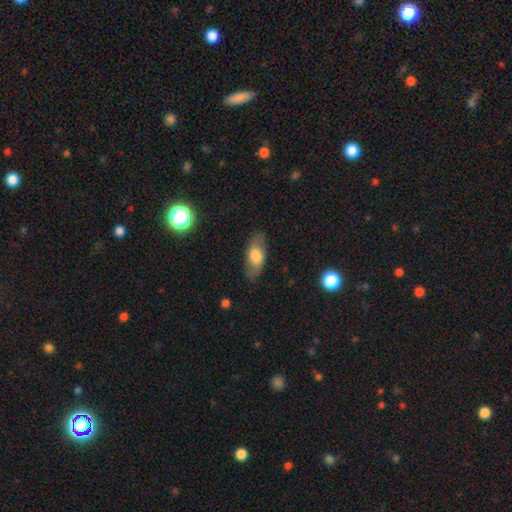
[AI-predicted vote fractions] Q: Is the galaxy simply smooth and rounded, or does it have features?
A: smooth — 55%.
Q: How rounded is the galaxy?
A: in between — 80%.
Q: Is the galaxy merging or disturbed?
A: none — 79%.